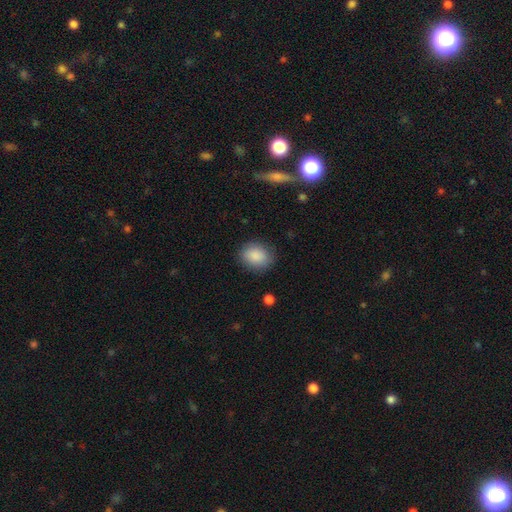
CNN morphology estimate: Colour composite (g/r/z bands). It shows a smooth galaxy with no disk features (88%) that is round (51%). Merging: none (85%).